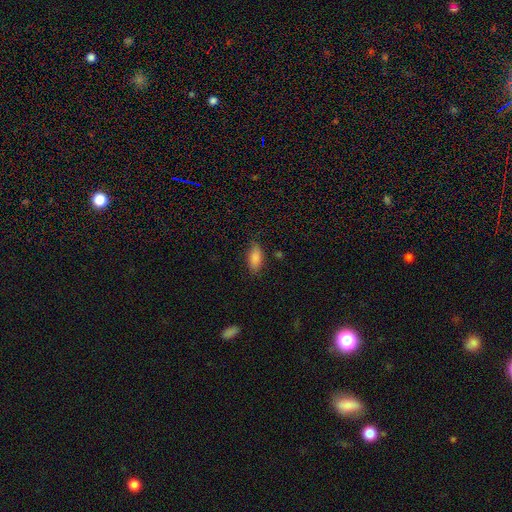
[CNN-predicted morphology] A smooth galaxy with no disk features (87%) that is in between round and cigar-shaped (85%).

Vote fractions:
- Smooth or featured? smooth: 87% / star or artifact: 8% / featured or disk: 6%
- How rounded? in between: 85% / cigar-shaped: 12% / round: 2%
- Merging? none: 81% / minor disturbance: 14% / major disturbance: 3% / merger: 2%